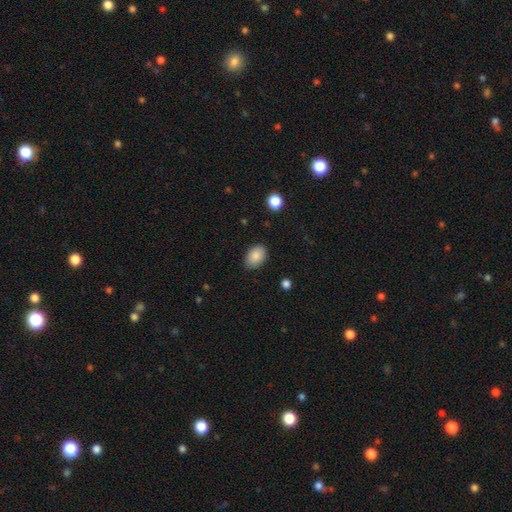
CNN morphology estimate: This is clearly a smooth galaxy (87%). How rounded: clearly in between (85%). Merging: clearly none (84%).